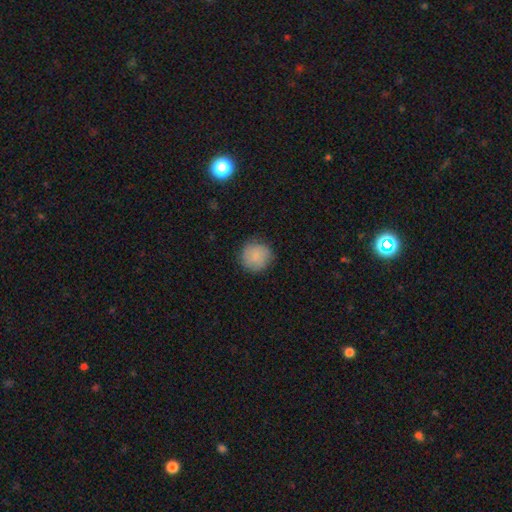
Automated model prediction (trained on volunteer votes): This is clearly a smooth galaxy (84%). How rounded: clearly round (93%). Merging: clearly none (82%).